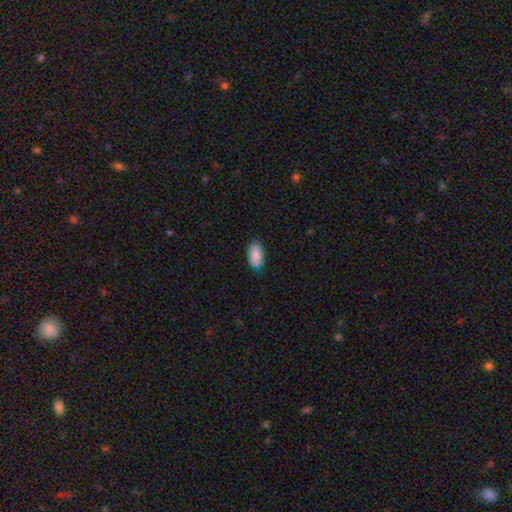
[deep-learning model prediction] Overall: smooth (88%). How rounded: in between (94%). Merging: none (80%).